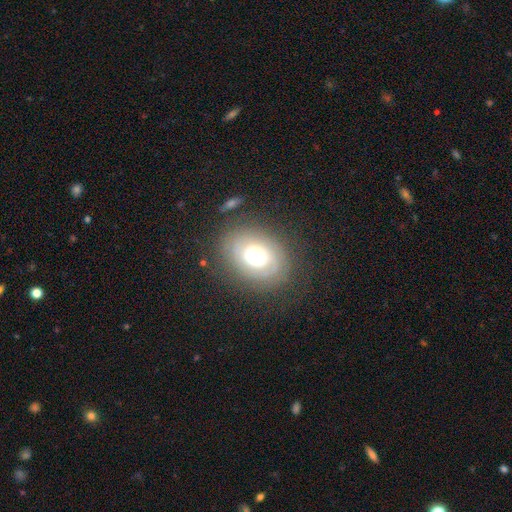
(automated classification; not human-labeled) Morphology: type=featured or disk (58%); edge-on=no (96%); bar=no (75%); spiral arms=yes (70%); bulge=moderate (51%); merging=none (77%).